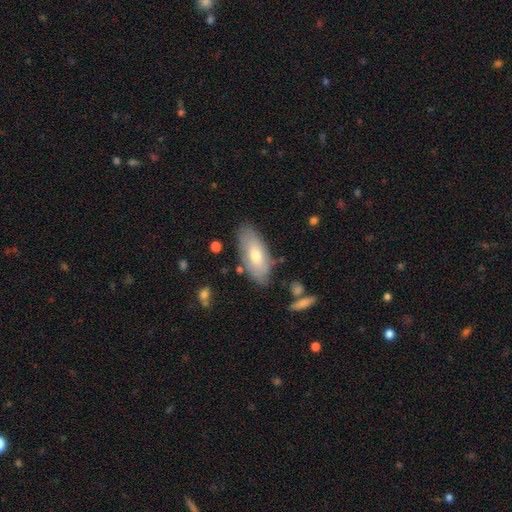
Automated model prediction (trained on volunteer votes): Smooth or featured?
  - smooth: 66% *
  - featured or disk: 28%
  - star or artifact: 6%
How rounded?
  - in between: 85% *
  - cigar-shaped: 13%
  - round: 2%
Merging?
  - none: 79% *
  - minor disturbance: 15%
  - major disturbance: 3%
  - merger: 3%